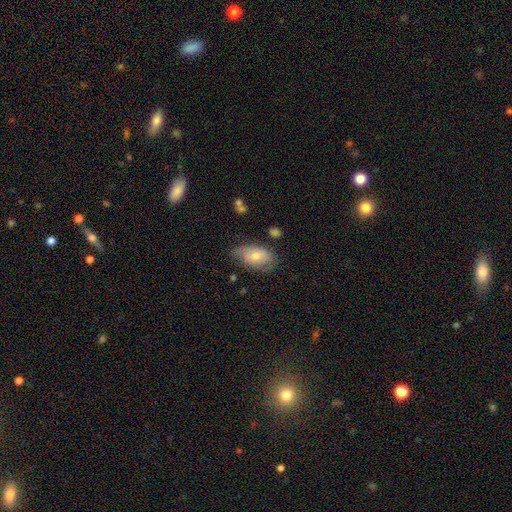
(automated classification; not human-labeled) This appears to be a smooth galaxy with no disk features (47%). Merging: none (57%).